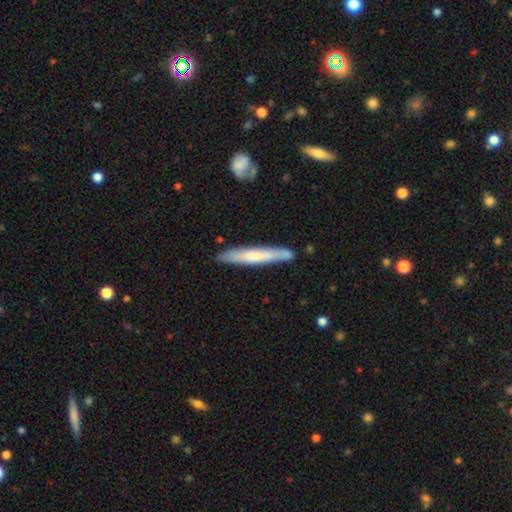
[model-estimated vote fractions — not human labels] Morphology: type=smooth (56%); roundness=cigar-shaped (95%); merging=none (81%).